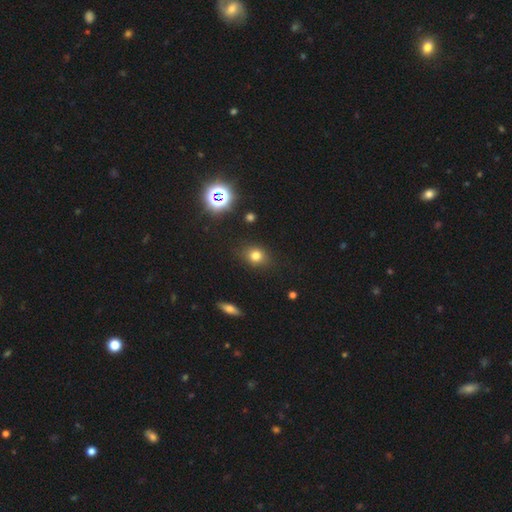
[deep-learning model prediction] Smooth or featured? Predicted: smooth (p=0.75). How rounded? Predicted: round (p=0.61). Merging? Predicted: none (p=0.85).